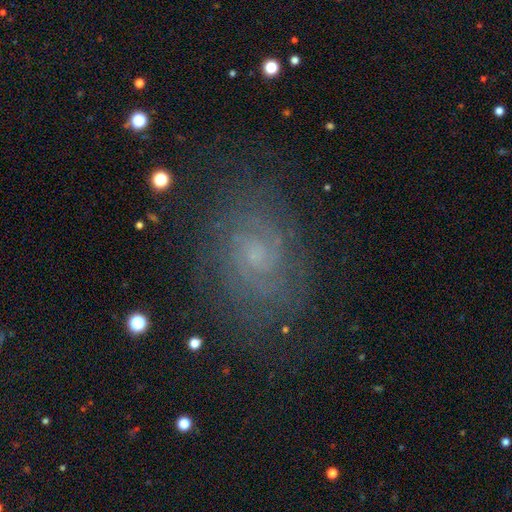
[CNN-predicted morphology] featured or disk 66%, smooth 19%, star or artifact 15%. Down the decision tree: edge-on disk — no (97%); bar — no (71%); spiral arms — yes (89%); spiral arm count — can't tell (45%); spiral winding — tight (59%); bulge size — small (68%); merging — none (78%).